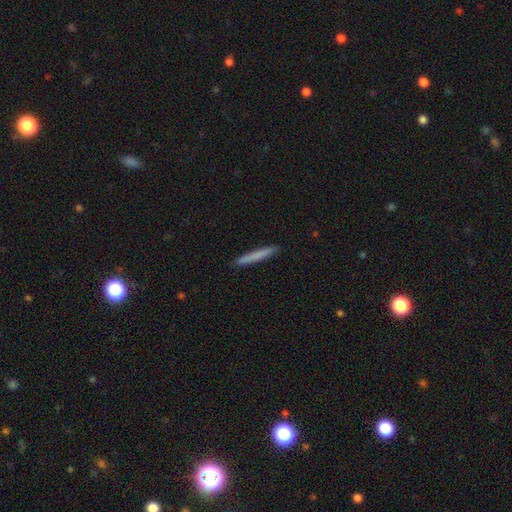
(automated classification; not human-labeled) smooth_or_featured: smooth (p=0.75) [alt: featured or disk p=0.19]
how_rounded: cigar-shaped (p=0.96) [alt: in between p=0.02]
merging: none (p=0.92) [alt: minor disturbance p=0.06]